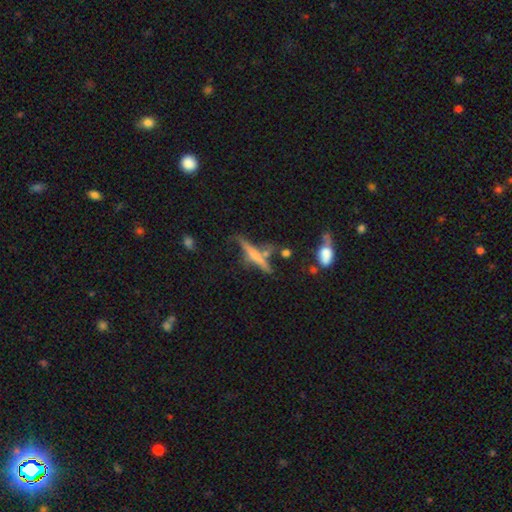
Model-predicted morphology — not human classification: smooth_or_featured: featured or disk (p=0.53) [alt: smooth p=0.39]
disk_edge_on: yes (p=0.92) [alt: no p=0.08]
merging: none (p=0.60) [alt: minor disturbance p=0.18]